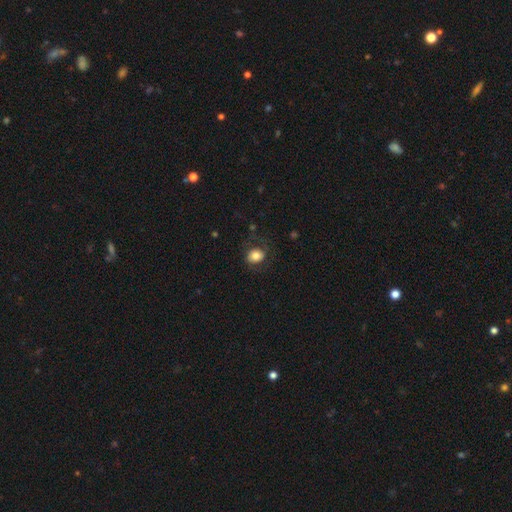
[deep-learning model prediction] Smooth or featured?
  - smooth: 75% *
  - featured or disk: 16%
  - star or artifact: 8%
How rounded?
  - round: 50% *
  - in between: 49%
  - cigar-shaped: 1%
Merging?
  - none: 73% *
  - minor disturbance: 15%
  - major disturbance: 11%
  - merger: 1%